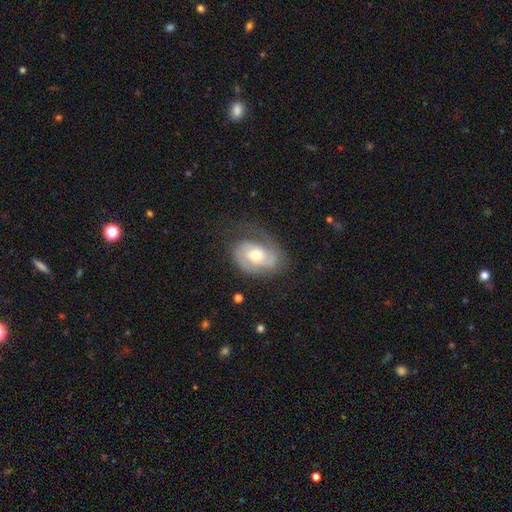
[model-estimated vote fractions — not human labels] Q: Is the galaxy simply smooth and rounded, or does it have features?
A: featured or disk — 71%.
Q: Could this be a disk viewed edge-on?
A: no — 96%.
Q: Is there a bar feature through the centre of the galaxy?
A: no — 58%.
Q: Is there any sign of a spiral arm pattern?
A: yes — 88%.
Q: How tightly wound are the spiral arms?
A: medium — 41%.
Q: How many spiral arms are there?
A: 2 — 55%.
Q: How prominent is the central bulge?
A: moderate — 69%.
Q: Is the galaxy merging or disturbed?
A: none — 54%.